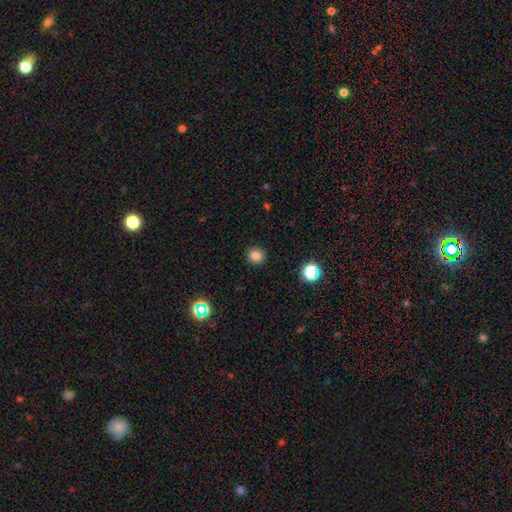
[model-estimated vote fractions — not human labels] Smooth or featured? Predicted: smooth (p=0.82). How rounded? Predicted: round (p=0.90). Merging? Predicted: none (p=0.92).